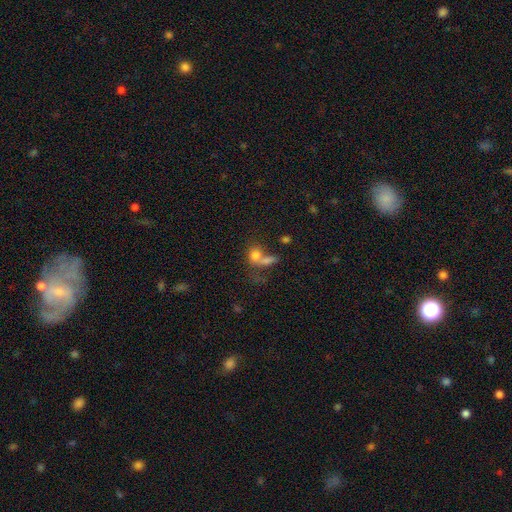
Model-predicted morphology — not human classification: This is likely a smooth galaxy (74%). How rounded: possibly round (49%). Merging: possibly merger (55%).